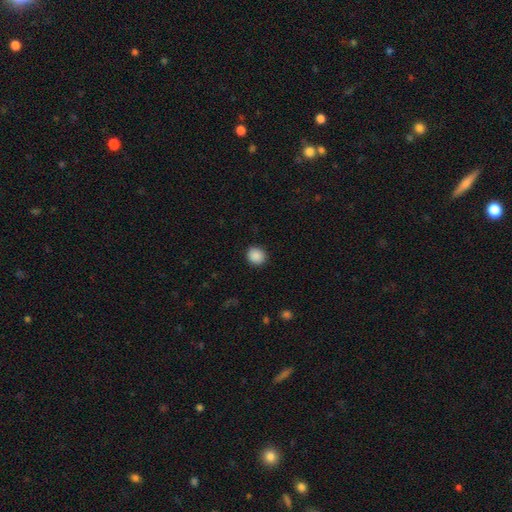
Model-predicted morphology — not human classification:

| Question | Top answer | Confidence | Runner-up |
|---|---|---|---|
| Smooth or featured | smooth | 89% | star or artifact (8%) |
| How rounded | round | 81% | in between (18%) |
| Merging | none | 90% | minor disturbance (7%) |